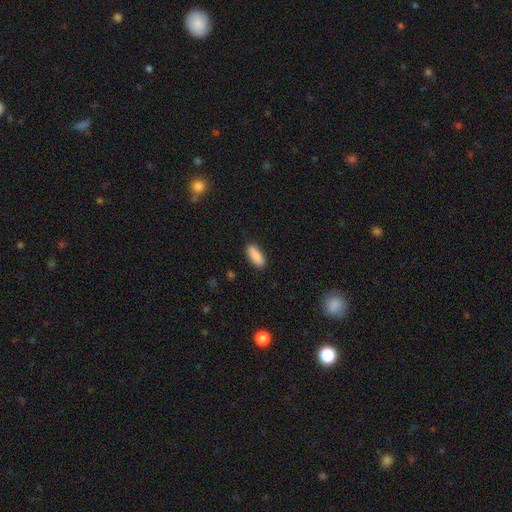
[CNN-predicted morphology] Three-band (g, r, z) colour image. It shows a smooth galaxy with no disk features (88%) that is in between round and cigar-shaped (71%). Merging: none (89%).